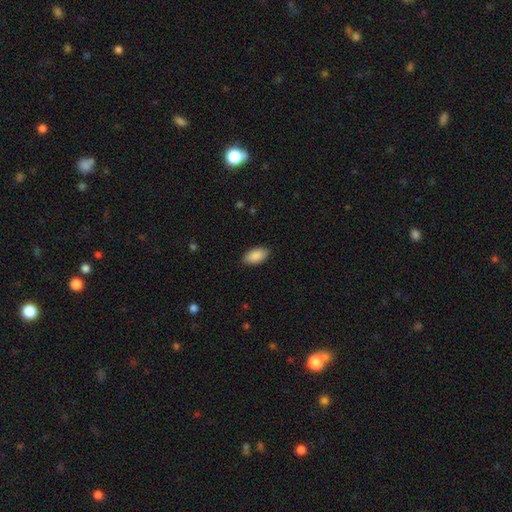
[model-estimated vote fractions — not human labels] Smooth or featured? smooth (90%)
How rounded? in between (95%)
Merging? none (88%)